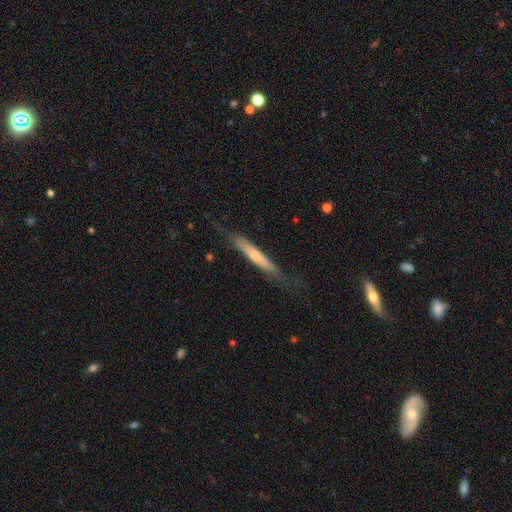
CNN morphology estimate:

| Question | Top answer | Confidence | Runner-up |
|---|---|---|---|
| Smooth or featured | smooth | 57% | featured or disk (38%) |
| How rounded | cigar-shaped | 94% | in between (4%) |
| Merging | none | 71% | minor disturbance (20%) |